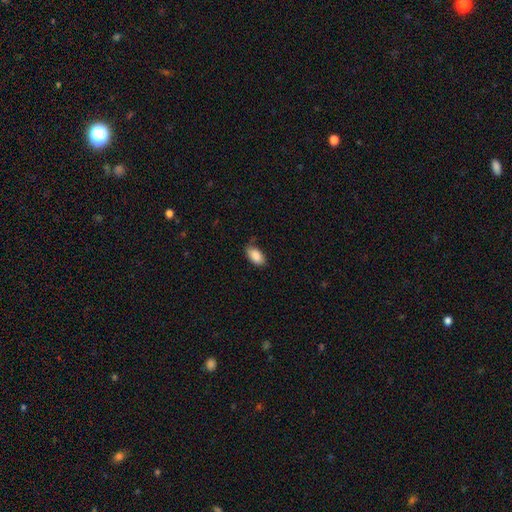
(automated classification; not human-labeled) smooth 89%, star or artifact 7%, featured or disk 5%. Down the decision tree: how rounded — in between (93%); merging — none (72%).